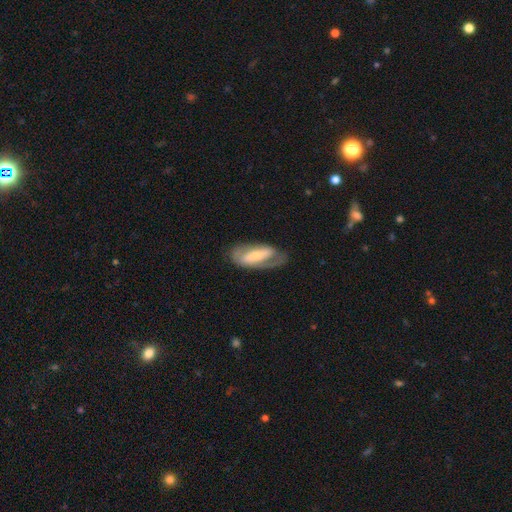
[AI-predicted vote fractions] featured or disk 65%, smooth 29%, star or artifact 6%. Down the decision tree: edge-on disk — no (87%); bar — strong (56%); spiral arms — yes (66%); bulge size — small (53%); merging — none (63%).